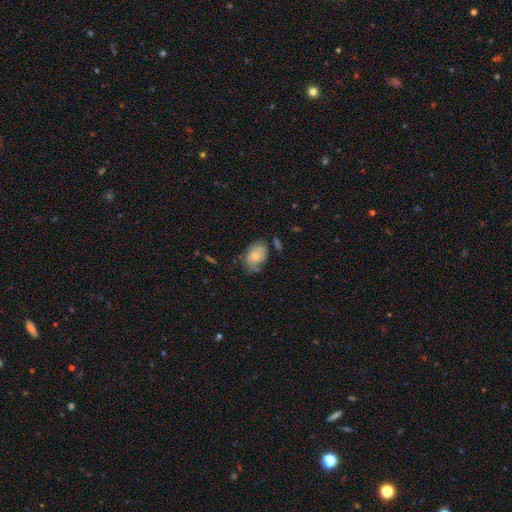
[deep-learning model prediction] This is likely a smooth galaxy (71%). How rounded: clearly in between (85%). Merging: possibly none (59%).